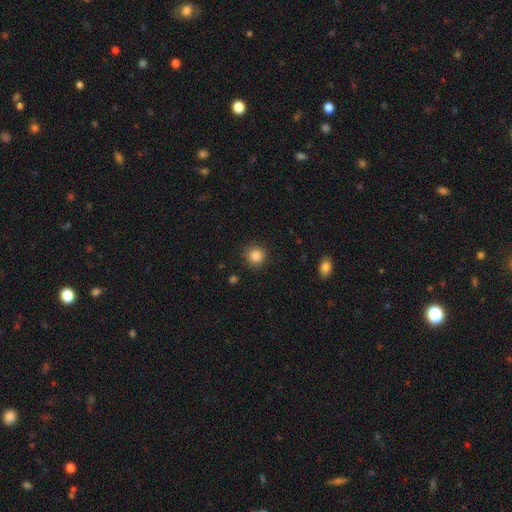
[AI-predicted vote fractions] Overall: smooth (86%). How rounded: round (93%). Merging: none (90%).